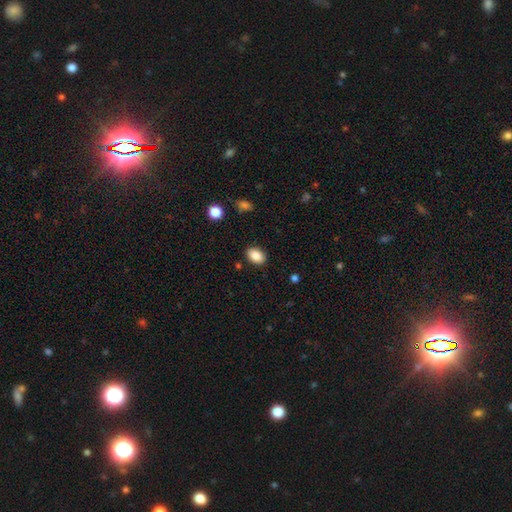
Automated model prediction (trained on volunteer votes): This appears to be a smooth galaxy with no disk features (87%) that is in between round and cigar-shaped (82%). Merging: none (88%).